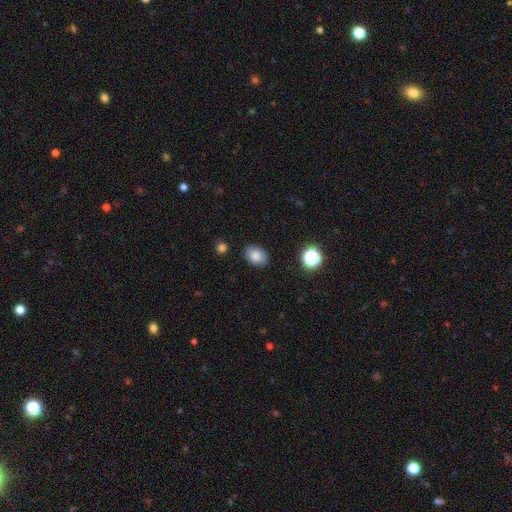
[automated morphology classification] smooth_or_featured: smooth (p=0.84) [alt: star or artifact p=0.10]
how_rounded: in between (p=0.79) [alt: round p=0.20]
merging: none (p=0.85) [alt: minor disturbance p=0.11]